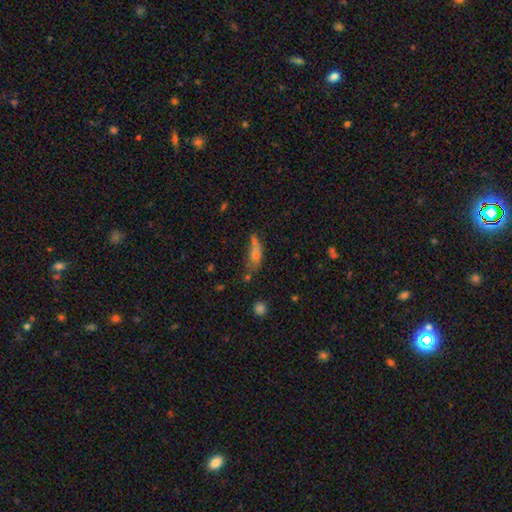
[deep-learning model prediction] Smooth or featured?
  - smooth: 64% *
  - featured or disk: 21%
  - star or artifact: 15%
How rounded?
  - in between: 61% *
  - cigar-shaped: 34%
  - round: 5%
Merging?
  - none: 38% *
  - minor disturbance: 26%
  - major disturbance: 18%
  - merger: 18%